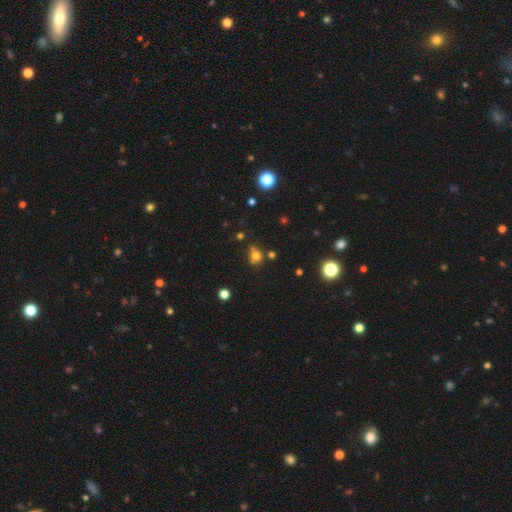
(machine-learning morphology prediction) Smooth or featured? Predicted: smooth (p=0.68). How rounded? Predicted: round (p=0.68). Merging? Predicted: none (p=0.49).